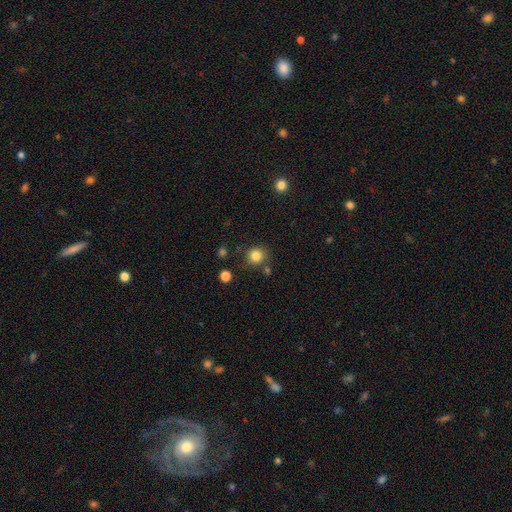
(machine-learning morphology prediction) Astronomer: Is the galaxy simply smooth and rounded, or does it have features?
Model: smooth — 83%.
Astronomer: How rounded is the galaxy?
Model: round — 89%.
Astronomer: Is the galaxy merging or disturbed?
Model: none — 79%.